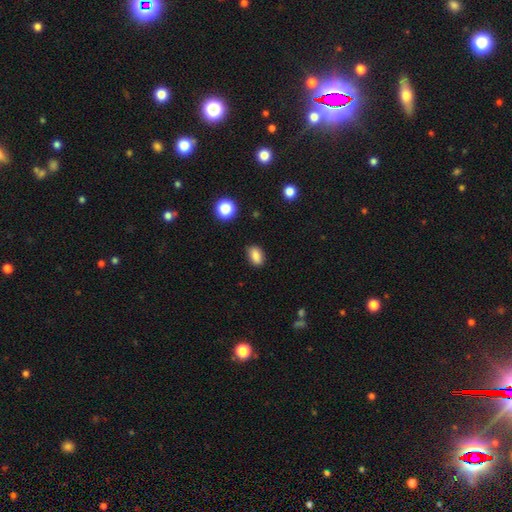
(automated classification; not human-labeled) smooth-or-featured: smooth: 85% | star or artifact: 9% | featured or disk: 6%
  how-rounded: in between: 85% | round: 13% | cigar-shaped: 3%
  merging: none: 86% | minor disturbance: 11% | major disturbance: 2% | merger: 1%